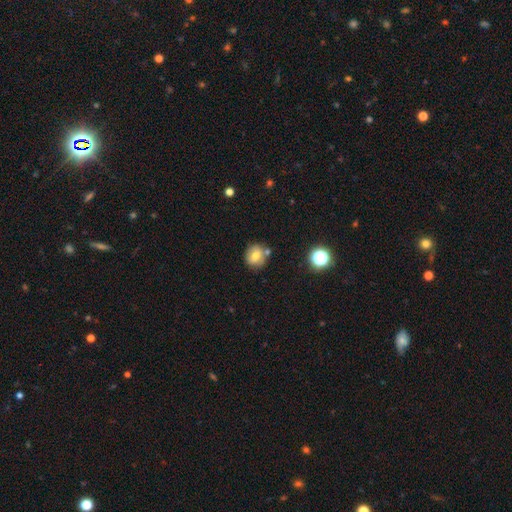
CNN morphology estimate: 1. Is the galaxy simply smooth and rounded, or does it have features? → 71% smooth, 17% featured or disk, 12% star or artifact.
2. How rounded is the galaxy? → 82% round, 16% in between, 1% cigar-shaped.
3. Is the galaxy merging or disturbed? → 70% none, 14% minor disturbance, 14% merger, 3% major disturbance.